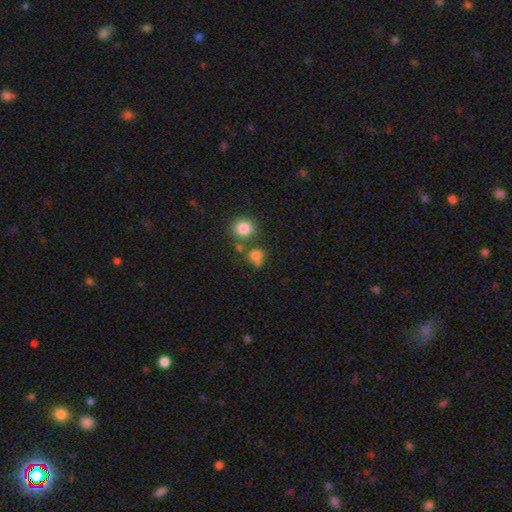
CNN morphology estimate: Q: Smooth or featured?
A: smooth (77%); runner-up: star or artifact (14%)
Q: How rounded?
A: round (76%); runner-up: in between (22%)
Q: Merging?
A: none (54%); runner-up: merger (27%)